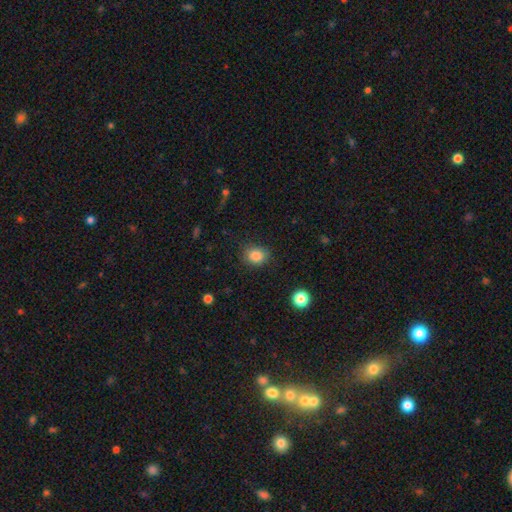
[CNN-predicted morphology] smooth 85%, star or artifact 10%, featured or disk 5%. Down the decision tree: how rounded — round (64%); merging — none (81%).